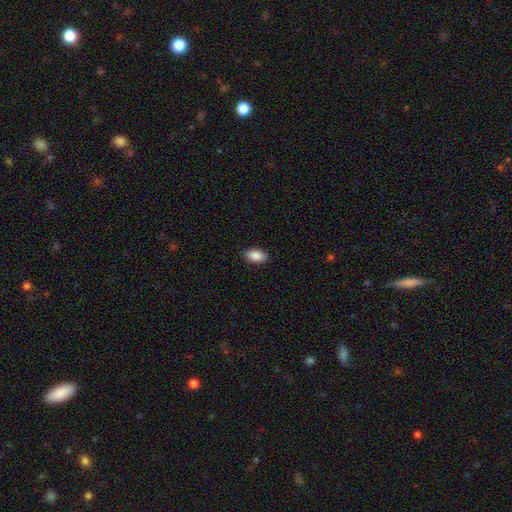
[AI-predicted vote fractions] Smooth or featured? smooth (89%)
How rounded? in between (94%)
Merging? none (89%)